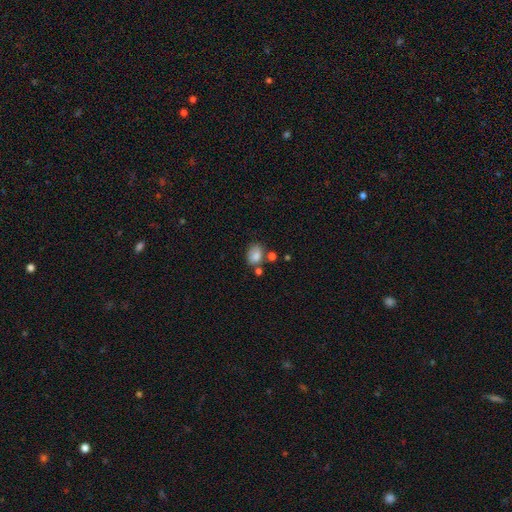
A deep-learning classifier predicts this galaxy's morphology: Q: Smooth or featured?
A: smooth (80%); runner-up: star or artifact (10%)
Q: How rounded?
A: in between (69%); runner-up: round (30%)
Q: Merging?
A: none (57%); runner-up: minor disturbance (21%)